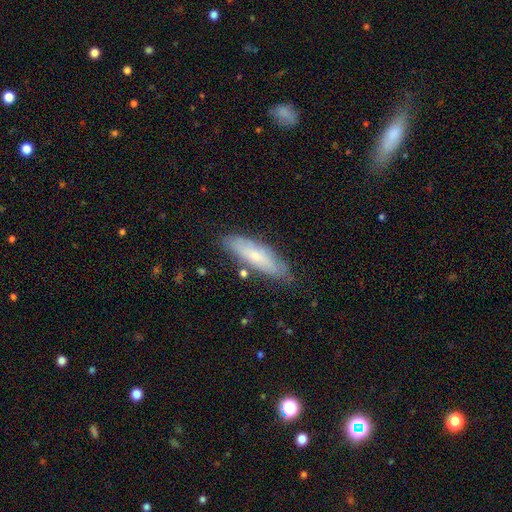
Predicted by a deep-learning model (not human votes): smooth-or-featured: smooth: 57% | featured or disk: 36% | star or artifact: 7%
  how-rounded: cigar-shaped: 56% | in between: 43% | round: 2%
  merging: none: 77% | minor disturbance: 17% | major disturbance: 3% | merger: 3%